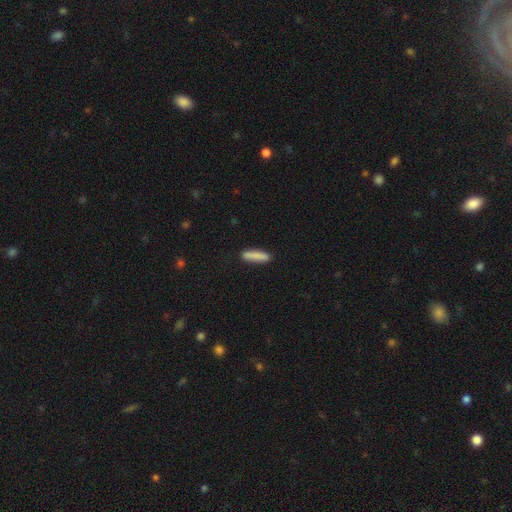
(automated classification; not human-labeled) Smooth or featured? smooth (86%)
How rounded? cigar-shaped (79%)
Merging? none (87%)